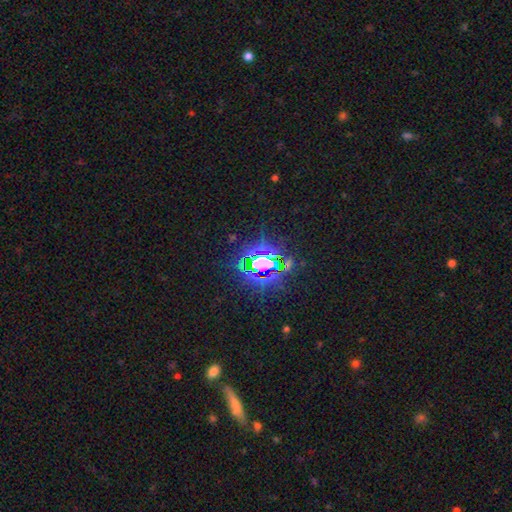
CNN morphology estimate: Q: Smooth or featured?
A: star or artifact (83%); runner-up: smooth (10%)